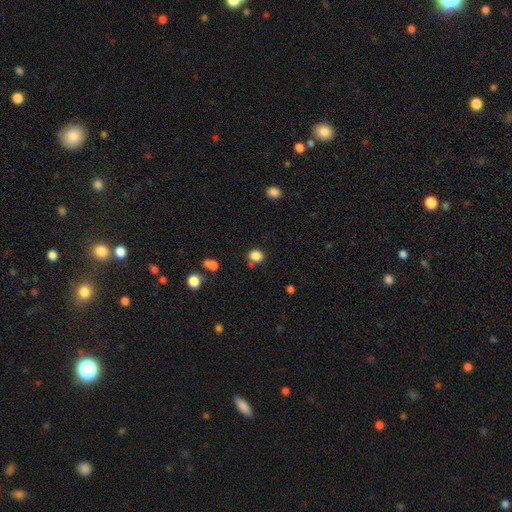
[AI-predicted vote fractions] Smooth or featured?
  - smooth: 84% *
  - star or artifact: 11%
  - featured or disk: 4%
How rounded?
  - round: 70% *
  - in between: 29%
  - cigar-shaped: 1%
Merging?
  - none: 72% *
  - minor disturbance: 15%
  - merger: 9%
  - major disturbance: 4%